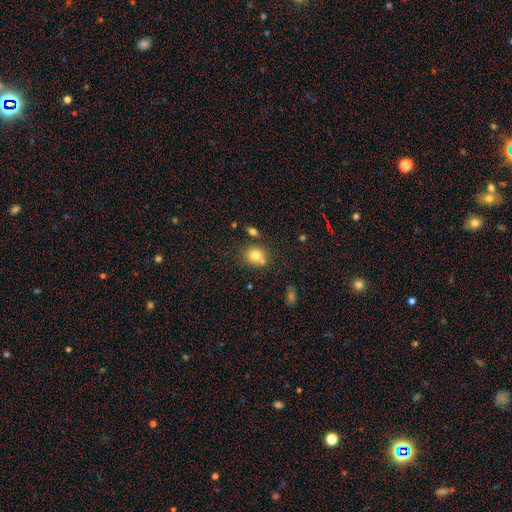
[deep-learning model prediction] Smooth or featured: smooth — 78% (featured or disk — 11%)
How rounded: round — 68% (in between — 31%)
Merging: none — 64% (merger — 18%)